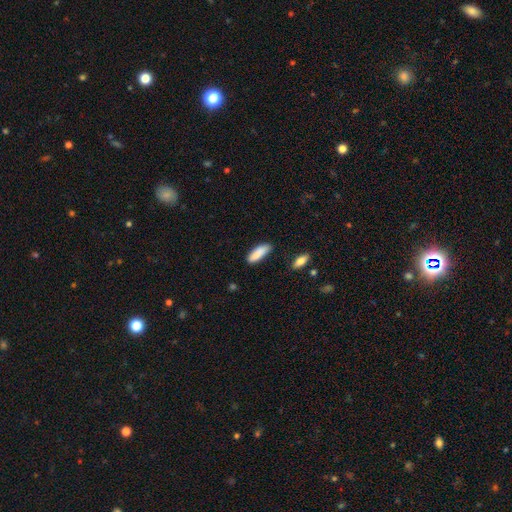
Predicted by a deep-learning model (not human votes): Smooth or featured? Predicted: smooth (p=0.87). How rounded? Predicted: in between (p=0.58). Merging? Predicted: none (p=0.79).